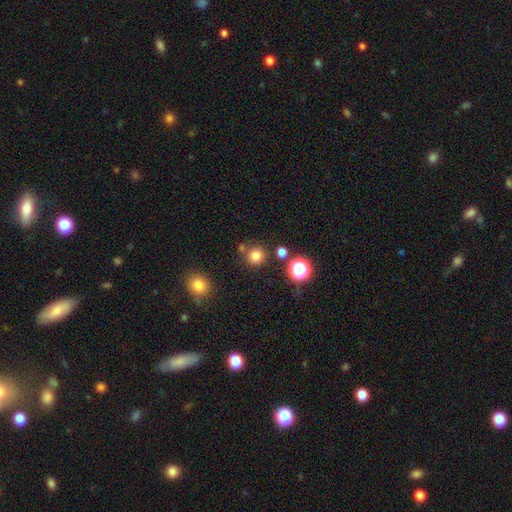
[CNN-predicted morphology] smooth-or-featured: smooth: 77% | star or artifact: 16% | featured or disk: 6%
  how-rounded: round: 93% | in between: 6% | cigar-shaped: 1%
  merging: none: 79% | minor disturbance: 9% | merger: 8% | major disturbance: 3%